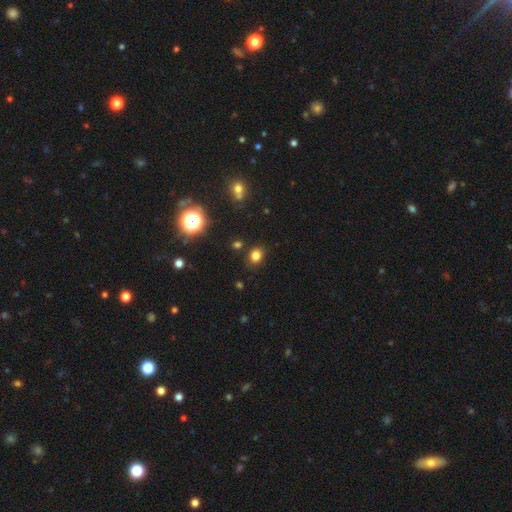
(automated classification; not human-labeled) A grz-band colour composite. It shows a smooth galaxy with no disk features (78%) that is round (57%). Merging: none (85%).